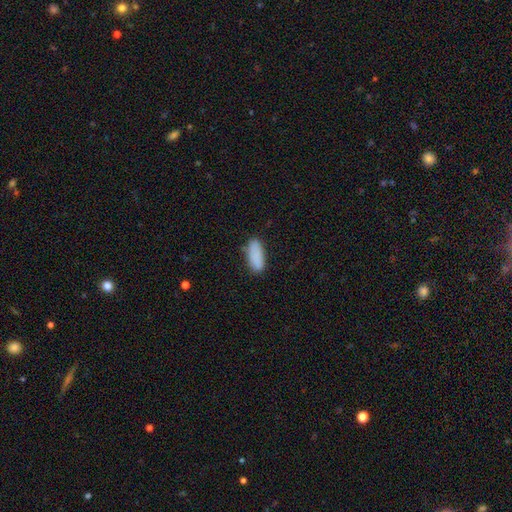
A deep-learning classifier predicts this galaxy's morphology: smooth-or-featured: smooth: 88% | star or artifact: 7% | featured or disk: 5%
  how-rounded: in between: 76% | cigar-shaped: 22% | round: 2%
  merging: none: 80% | minor disturbance: 15% | major disturbance: 3% | merger: 2%